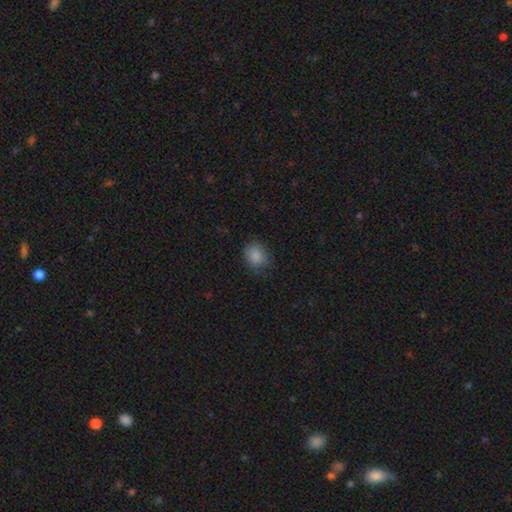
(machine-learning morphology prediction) Smooth or featured? smooth (87%)
How rounded? round (55%)
Merging? none (79%)